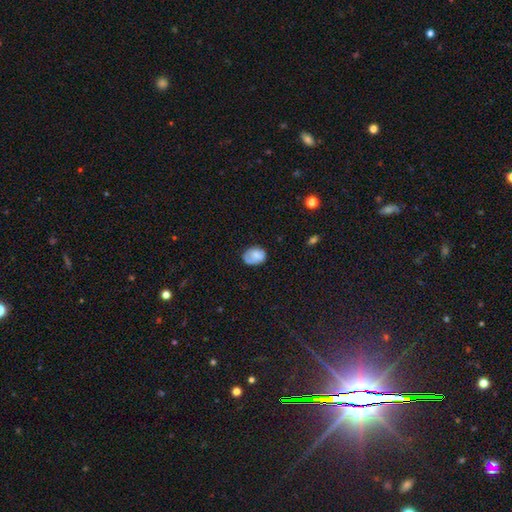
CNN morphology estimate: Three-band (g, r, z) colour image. It shows a smooth galaxy with no disk features (70%) that is in between round and cigar-shaped (63%). Merging: none (58%).